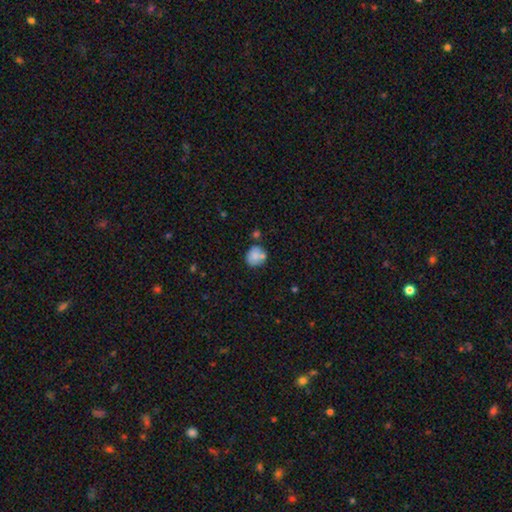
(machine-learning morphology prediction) Q: Smooth or featured?
A: smooth (76%); runner-up: featured or disk (15%)
Q: How rounded?
A: round (73%); runner-up: in between (26%)
Q: Merging?
A: none (59%); runner-up: merger (18%)